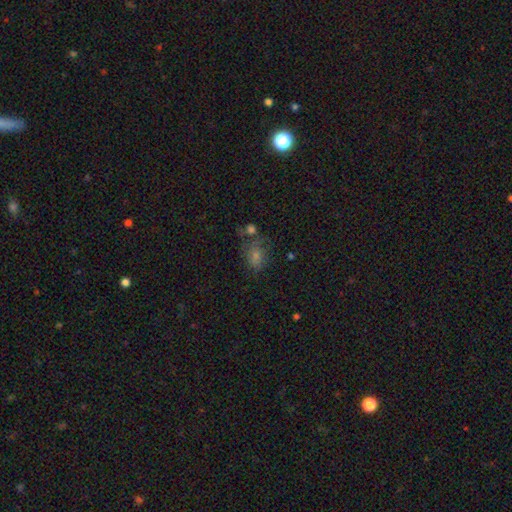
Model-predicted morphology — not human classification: A smooth galaxy with no disk features (69%) that is in between round and cigar-shaped (63%).

Vote fractions:
- Smooth or featured? smooth: 69% / star or artifact: 17% / featured or disk: 15%
- How rounded? in between: 63% / round: 35% / cigar-shaped: 2%
- Merging? none: 45% / minor disturbance: 21% / merger: 21% / major disturbance: 14%